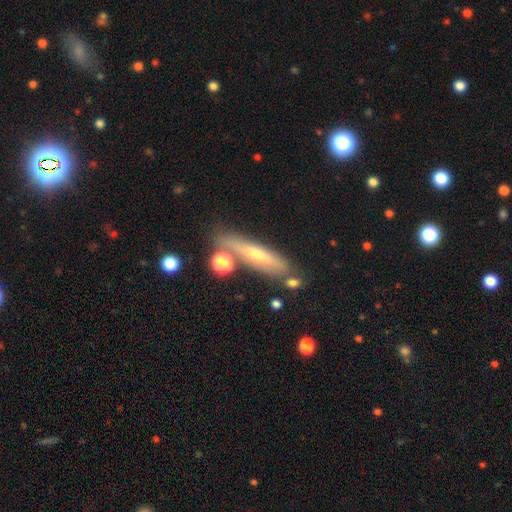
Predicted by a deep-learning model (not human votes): A featured or disk galaxy (51%) viewed edge-on (81%).

Vote fractions:
- Smooth or featured? featured or disk: 51% / smooth: 40% / star or artifact: 8%
- Edge-on disk? yes: 81% / no: 19%
- Merging? none: 70% / minor disturbance: 15% / merger: 10% / major disturbance: 5%